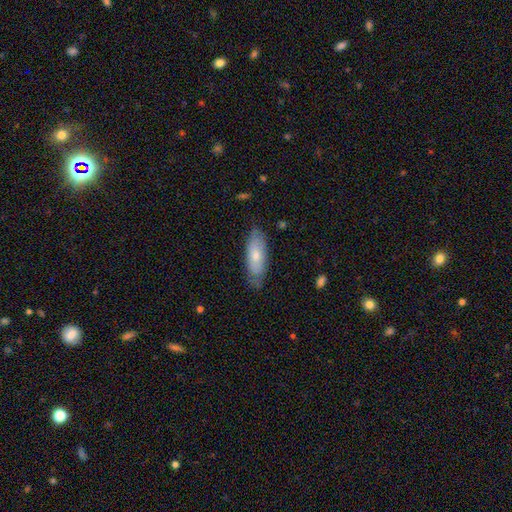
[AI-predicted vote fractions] A smooth galaxy with no disk features (69%) that is in between round and cigar-shaped (67%).

Vote fractions:
- Smooth or featured? smooth: 69% / featured or disk: 25% / star or artifact: 6%
- How rounded? in between: 67% / cigar-shaped: 31% / round: 2%
- Merging? none: 75% / minor disturbance: 20% / major disturbance: 4% / merger: 1%